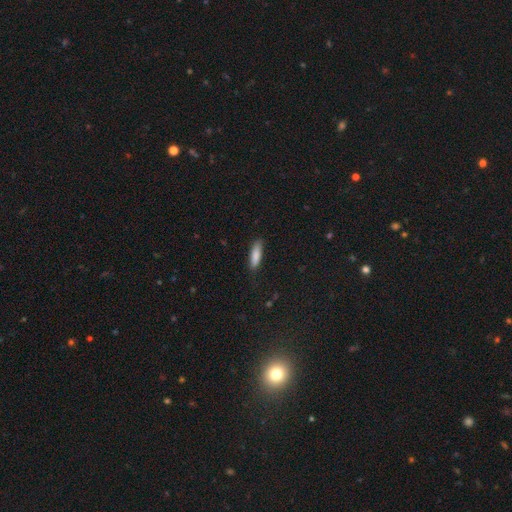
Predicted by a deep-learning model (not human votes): A smooth galaxy with no disk features (85%) that is cigar-shaped (58%). Merging: none (82%).